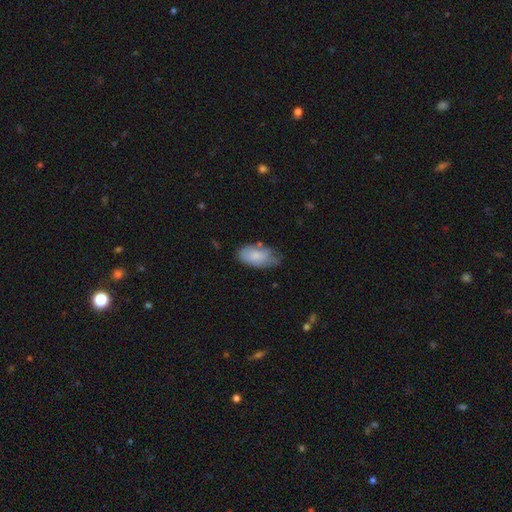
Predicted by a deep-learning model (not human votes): Q: Smooth or featured?
A: smooth (78%); runner-up: featured or disk (16%)
Q: How rounded?
A: in between (93%); runner-up: round (4%)
Q: Merging?
A: none (46%); runner-up: minor disturbance (38%)